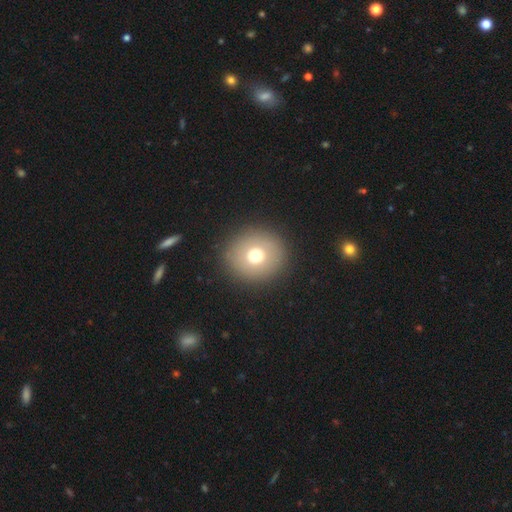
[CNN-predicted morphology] Smooth or featured? smooth (70%)
How rounded? round (89%)
Merging? none (91%)